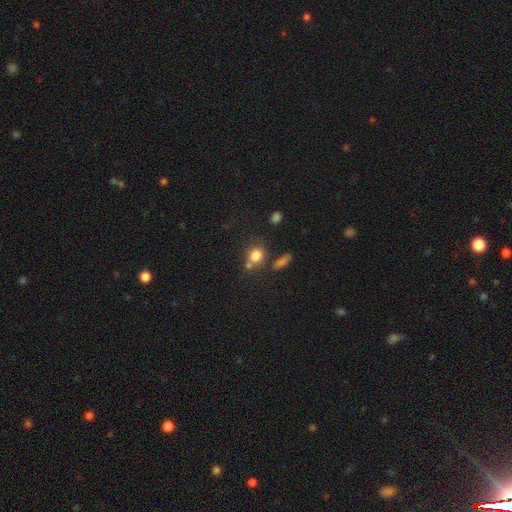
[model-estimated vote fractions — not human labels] Smooth or featured? smooth (80%)
How rounded? round (75%)
Merging? none (57%)